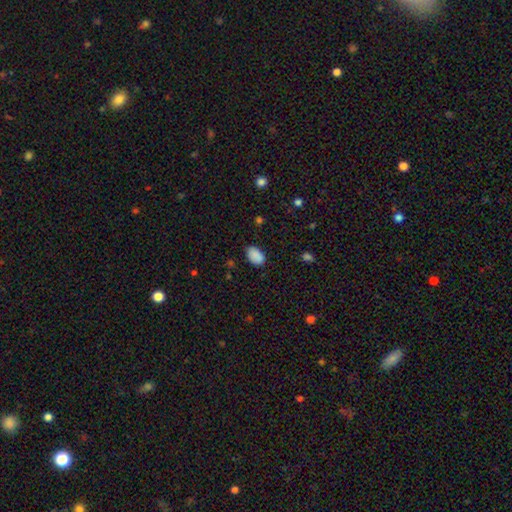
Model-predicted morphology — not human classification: A smooth galaxy with no disk features (88%) that is in between round and cigar-shaped (91%).

Vote fractions:
- Smooth or featured? smooth: 88% / star or artifact: 8% / featured or disk: 3%
- How rounded? in between: 91% / round: 8% / cigar-shaped: 1%
- Merging? none: 80% / minor disturbance: 15% / major disturbance: 3% / merger: 1%